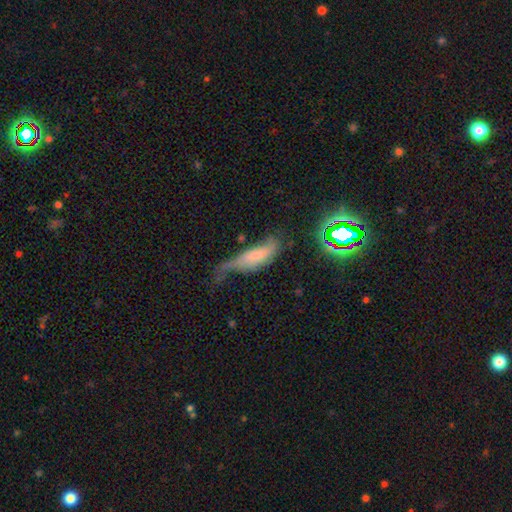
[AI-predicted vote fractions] Morphology: type=smooth (46%); merging=major disturbance (40%).